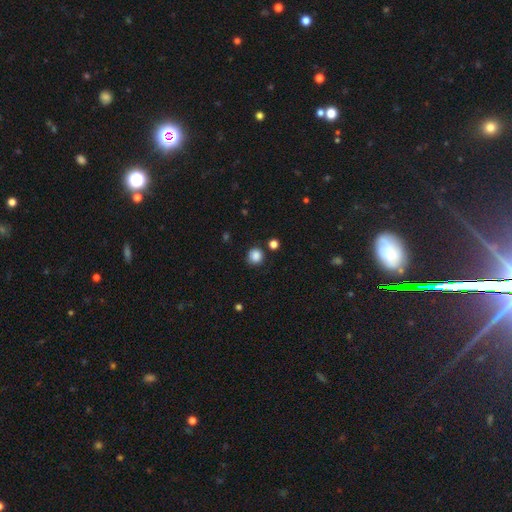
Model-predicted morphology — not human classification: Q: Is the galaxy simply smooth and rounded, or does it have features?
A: smooth — 86%.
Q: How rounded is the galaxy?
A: round — 90%.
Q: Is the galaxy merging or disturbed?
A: none — 84%.